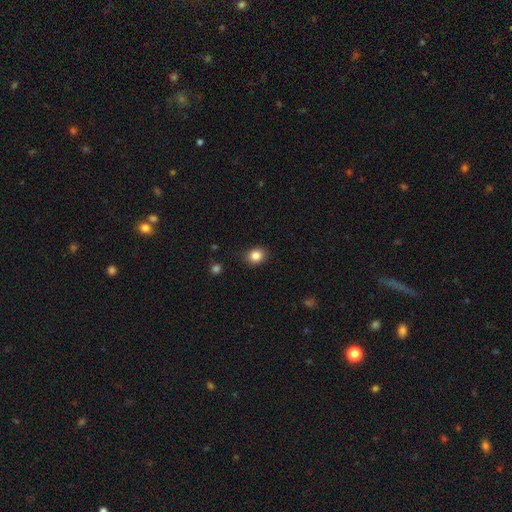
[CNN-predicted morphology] smooth 85%, star or artifact 10%, featured or disk 5%. Down the decision tree: how rounded — round (63%); merging — none (84%).